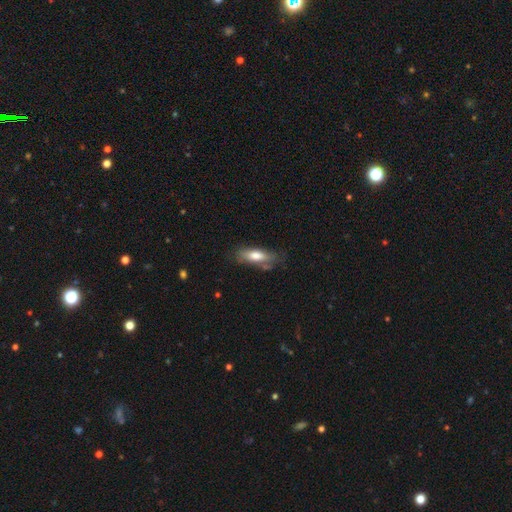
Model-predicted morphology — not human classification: A smooth galaxy with no disk features (68%) that is in between round and cigar-shaped (61%). Merging: none (58%).